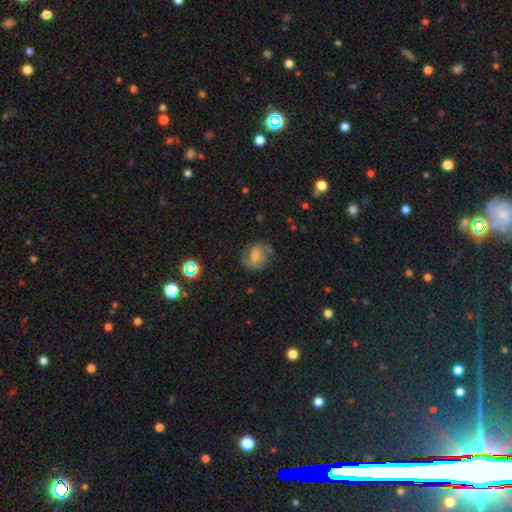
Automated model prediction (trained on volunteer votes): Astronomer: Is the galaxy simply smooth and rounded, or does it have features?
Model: featured or disk — 60%.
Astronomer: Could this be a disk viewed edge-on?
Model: no — 97%.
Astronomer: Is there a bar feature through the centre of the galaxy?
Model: no — 49% (runner-up: weak, 41%).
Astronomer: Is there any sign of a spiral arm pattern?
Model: yes — 90%.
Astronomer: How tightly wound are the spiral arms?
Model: medium — 48% (runner-up: tight, 36%).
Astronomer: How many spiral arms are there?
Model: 2 — 76%.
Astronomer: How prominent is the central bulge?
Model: small — 44% (runner-up: moderate, 40%).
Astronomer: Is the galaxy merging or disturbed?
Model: none — 76%.